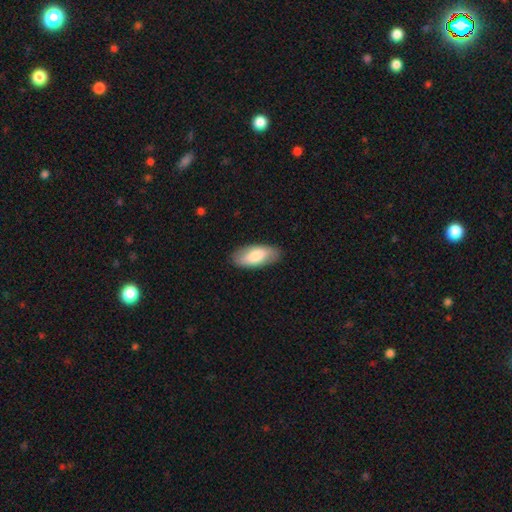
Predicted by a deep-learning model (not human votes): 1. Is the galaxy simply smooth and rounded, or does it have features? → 76% smooth, 19% featured or disk, 5% star or artifact.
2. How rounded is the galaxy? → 87% in between, 10% cigar-shaped, 2% round.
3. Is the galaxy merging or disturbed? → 86% none, 11% minor disturbance, 2% major disturbance, 1% merger.